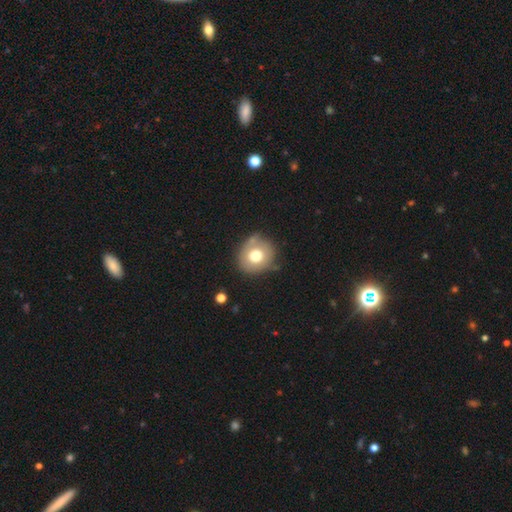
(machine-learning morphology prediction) smooth-or-featured: smooth: 70% | featured or disk: 21% | star or artifact: 10%
  how-rounded: round: 83% | in between: 16% | cigar-shaped: 1%
  merging: none: 69% | minor disturbance: 20% | merger: 6% | major disturbance: 5%